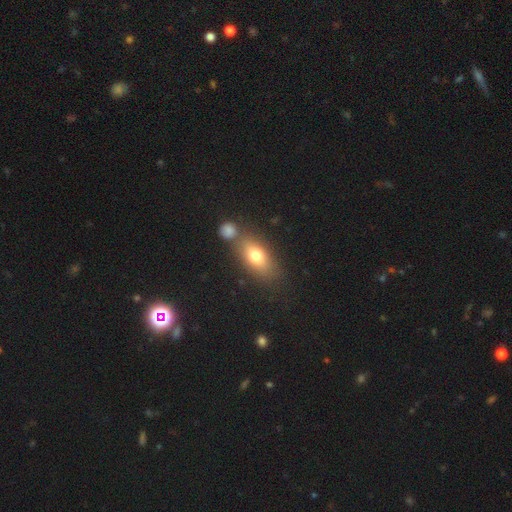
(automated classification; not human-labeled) This appears to be a smooth galaxy with no disk features (73%) that is in between round and cigar-shaped (81%). Merging: none (64%).